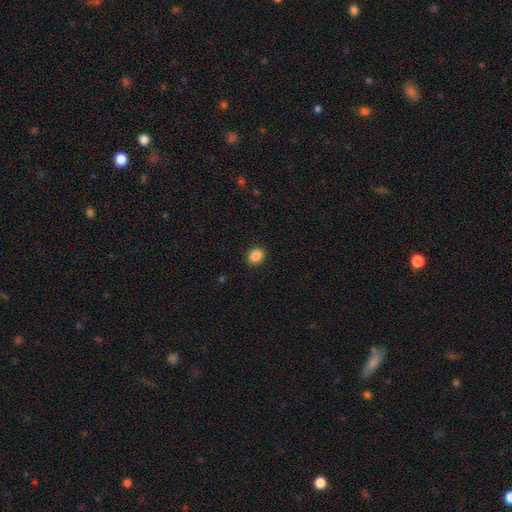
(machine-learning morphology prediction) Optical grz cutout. It shows a smooth galaxy with no disk features (88%) that is round (50%). Merging: none (90%).